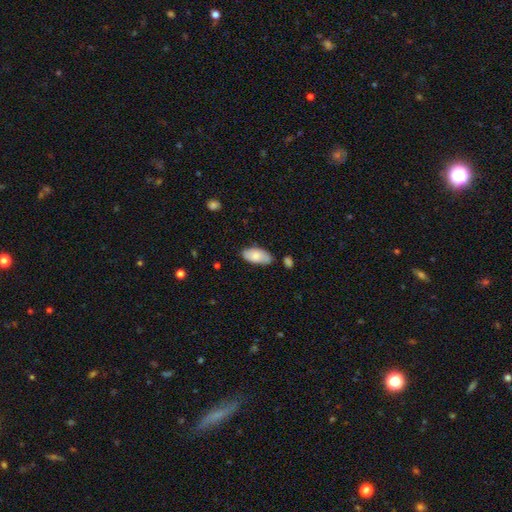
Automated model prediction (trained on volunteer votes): Smooth or featured? smooth (78%)
How rounded? in between (93%)
Merging? none (69%)